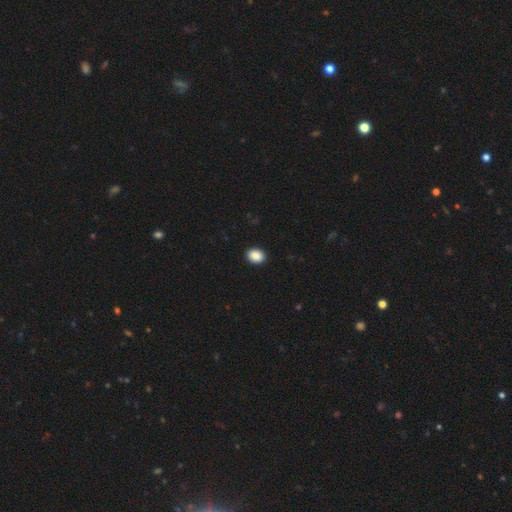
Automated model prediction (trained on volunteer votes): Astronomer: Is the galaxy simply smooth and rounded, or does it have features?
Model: smooth — 88%.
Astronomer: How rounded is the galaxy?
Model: in between — 57% (runner-up: round, 42%).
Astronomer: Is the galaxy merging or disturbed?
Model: none — 93%.